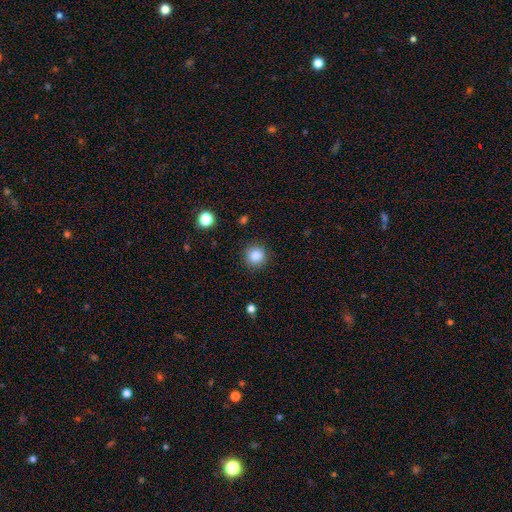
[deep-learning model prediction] Smooth or featured: smooth — 86% (star or artifact — 10%)
How rounded: round — 93% (in between — 6%)
Merging: none — 89% (minor disturbance — 7%)